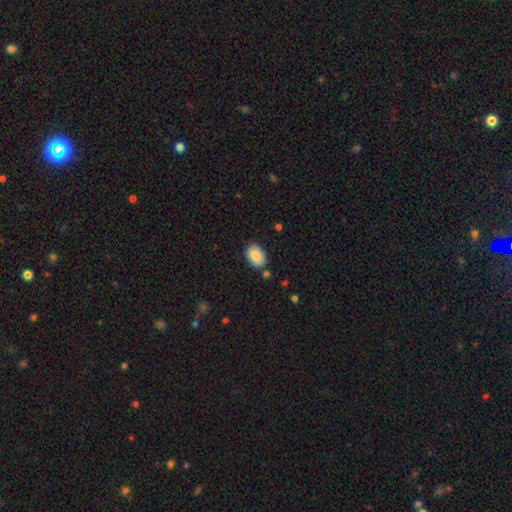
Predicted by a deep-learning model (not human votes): smooth 83%, featured or disk 10%, star or artifact 7%. Down the decision tree: how rounded — in between (85%); merging — none (81%).